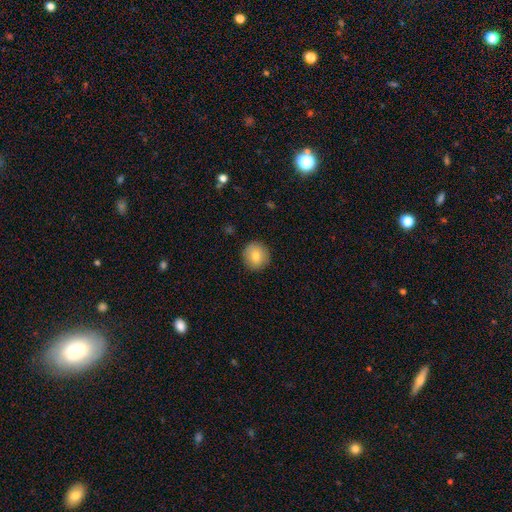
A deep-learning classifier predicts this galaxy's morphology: Smooth or featured? smooth (79%)
How rounded? round (92%)
Merging? none (91%)